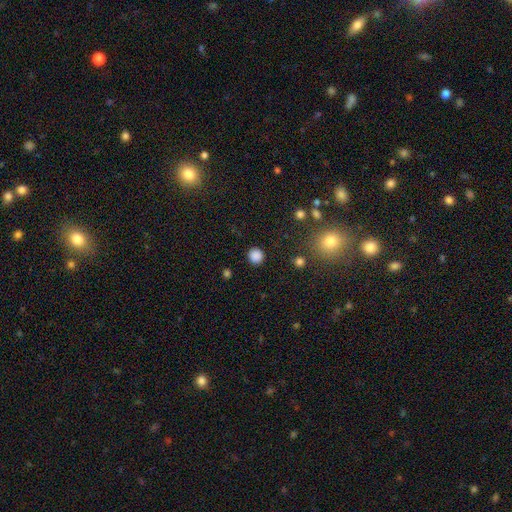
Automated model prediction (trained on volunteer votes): smooth 85%, star or artifact 12%, featured or disk 3%. Down the decision tree: how rounded — round (92%); merging — none (90%).